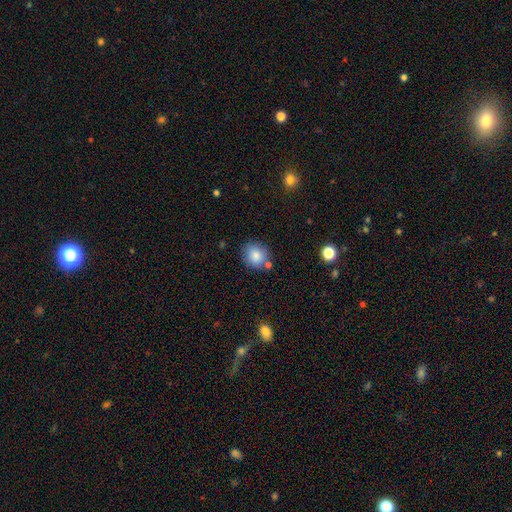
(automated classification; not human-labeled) Overall: smooth (83%). How rounded: round (74%). Merging: none (75%).